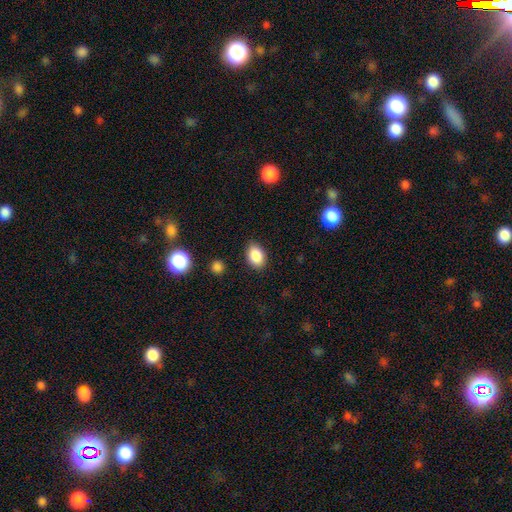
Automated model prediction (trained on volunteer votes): This is clearly a smooth galaxy (87%). How rounded: clearly in between (83%). Merging: clearly none (86%).